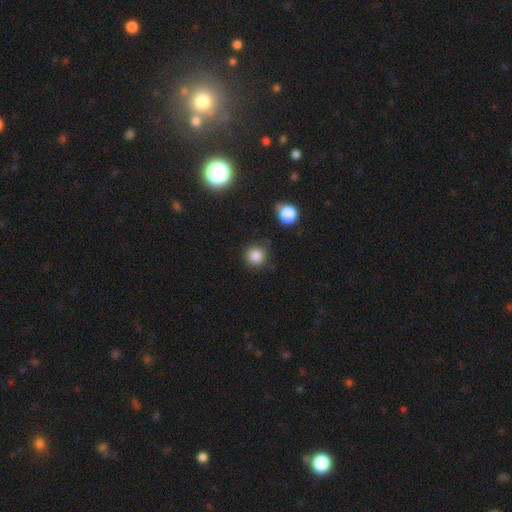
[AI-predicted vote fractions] A smooth galaxy with no disk features (84%) that is round (93%).

Vote fractions:
- Smooth or featured? smooth: 84% / star or artifact: 12% / featured or disk: 4%
- How rounded? round: 93% / in between: 6% / cigar-shaped: 1%
- Merging? none: 83% / minor disturbance: 10% / major disturbance: 3% / merger: 3%